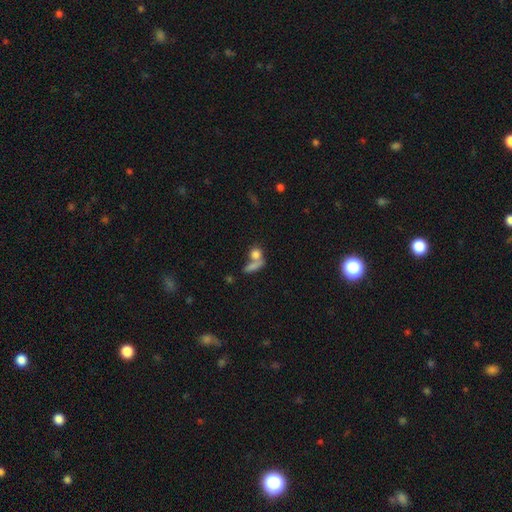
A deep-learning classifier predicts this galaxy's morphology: Smooth or featured?
  - smooth: 70% *
  - star or artifact: 15%
  - featured or disk: 15%
How rounded?
  - round: 53% *
  - in between: 34%
  - cigar-shaped: 13%
Merging?
  - none: 44% *
  - merger: 40%
  - minor disturbance: 9%
  - major disturbance: 7%